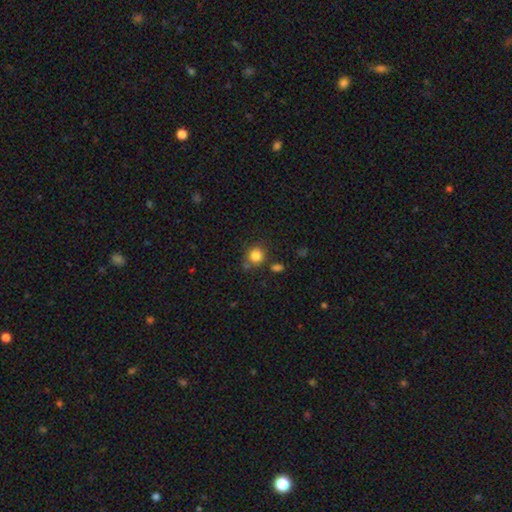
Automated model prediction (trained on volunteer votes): Smooth or featured?
  - smooth: 84% *
  - star or artifact: 11%
  - featured or disk: 5%
How rounded?
  - round: 88% *
  - in between: 11%
  - cigar-shaped: 1%
Merging?
  - none: 75% *
  - minor disturbance: 12%
  - merger: 9%
  - major disturbance: 4%